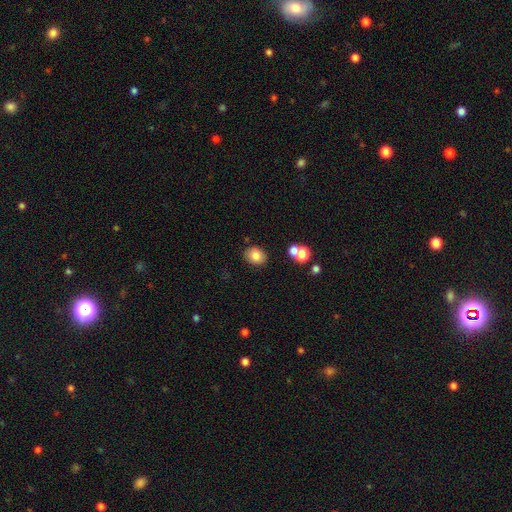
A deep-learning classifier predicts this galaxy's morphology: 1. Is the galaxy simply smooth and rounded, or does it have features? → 81% smooth, 10% star or artifact, 8% featured or disk.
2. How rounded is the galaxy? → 52% in between, 47% round, 1% cigar-shaped.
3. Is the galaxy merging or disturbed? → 83% none, 9% minor disturbance, 5% merger, 3% major disturbance.